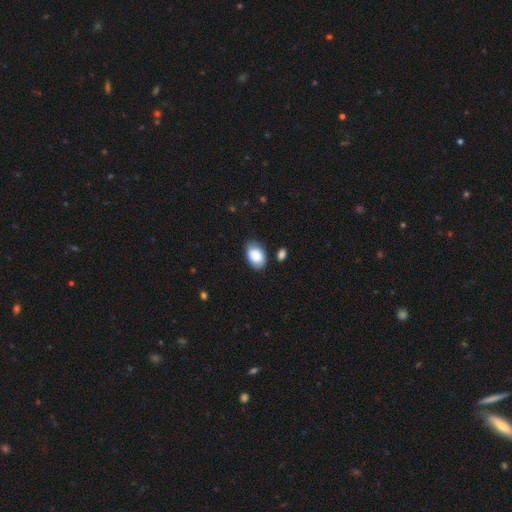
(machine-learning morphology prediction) type=smooth (82%); roundness=in between (88%); merging=none (74%).